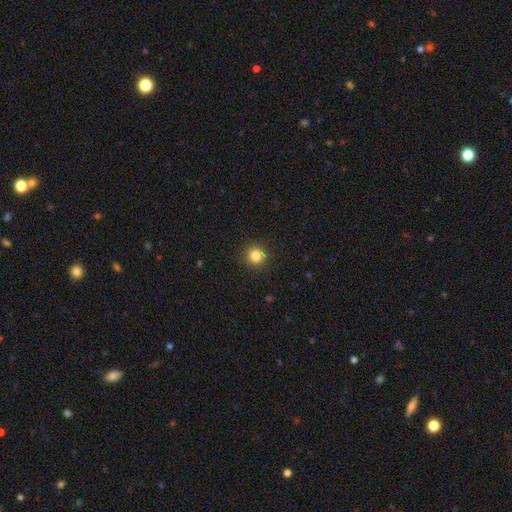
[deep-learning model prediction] smooth-or-featured: smooth: 84% | star or artifact: 12% | featured or disk: 5%
  how-rounded: round: 92% | in between: 7% | cigar-shaped: 1%
  merging: none: 90% | minor disturbance: 7% | major disturbance: 2% | merger: 1%